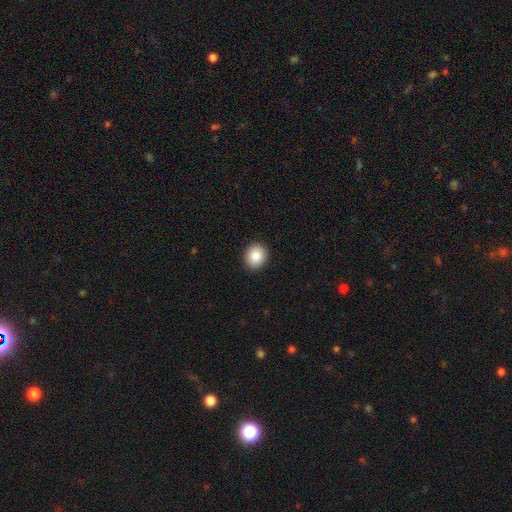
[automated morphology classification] A smooth galaxy with no disk features (85%) that is round (83%). Merging: none (93%).